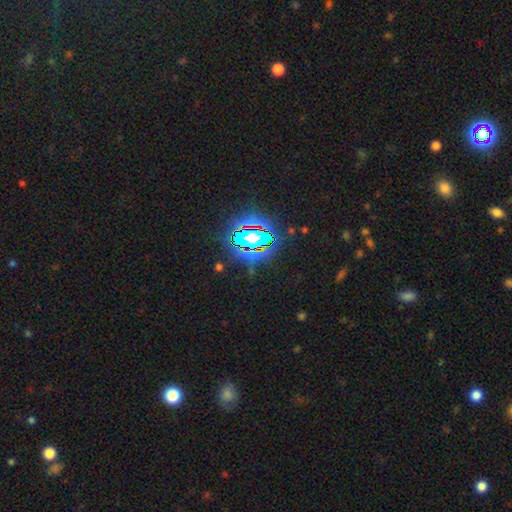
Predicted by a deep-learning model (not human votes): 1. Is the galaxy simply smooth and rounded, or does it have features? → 82% star or artifact, 11% smooth, 7% featured or disk.